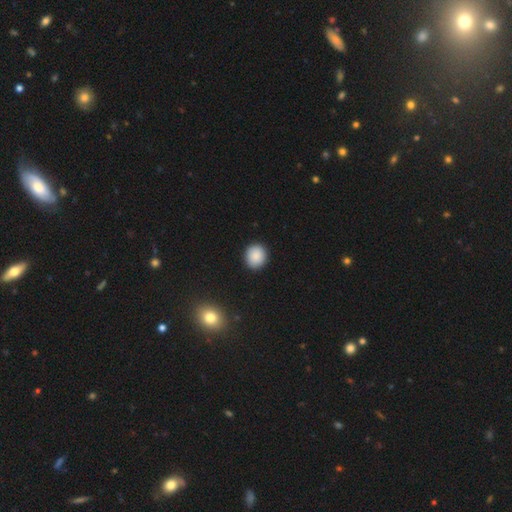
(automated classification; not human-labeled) smooth-or-featured: smooth: 88% | star or artifact: 8% | featured or disk: 4%
  how-rounded: round: 83% | in between: 16% | cigar-shaped: 1%
  merging: none: 91% | minor disturbance: 6% | major disturbance: 2% | merger: 1%